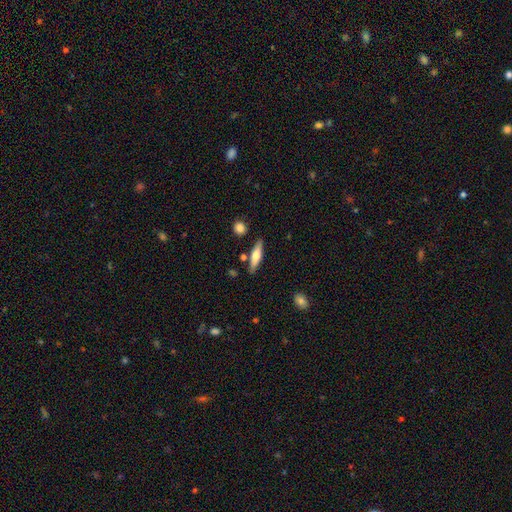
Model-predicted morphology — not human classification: Q: Smooth or featured?
A: smooth (53%); runner-up: featured or disk (40%)
Q: How rounded?
A: cigar-shaped (71%); runner-up: in between (27%)
Q: Merging?
A: none (81%); runner-up: minor disturbance (11%)